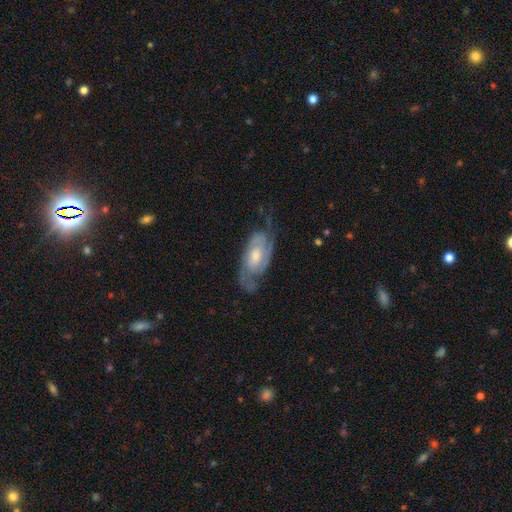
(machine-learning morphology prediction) This is clearly a featured or disk galaxy (81%). It is clearly not viewed edge-on (93%). Bar: likely no (61%). Spiral arm pattern: clearly yes (93%). Spiral arm count: likely 2 (70%). Spiral winding: possibly tight (45%). Central bulge: likely moderate (60%). Merging: likely none (60%).